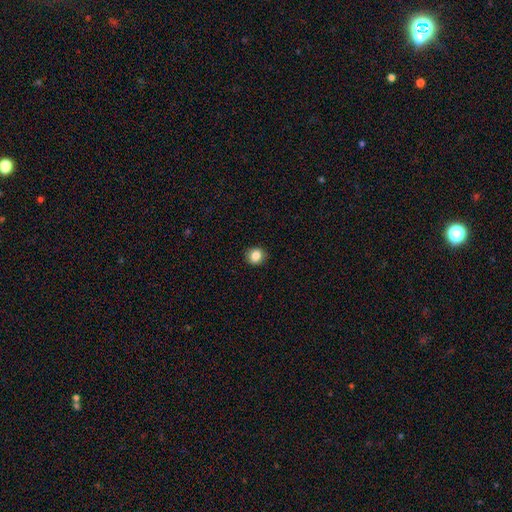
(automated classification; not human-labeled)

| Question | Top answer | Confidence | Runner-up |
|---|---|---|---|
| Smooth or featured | smooth | 85% | star or artifact (10%) |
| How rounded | round | 83% | in between (17%) |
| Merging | none | 91% | minor disturbance (7%) |